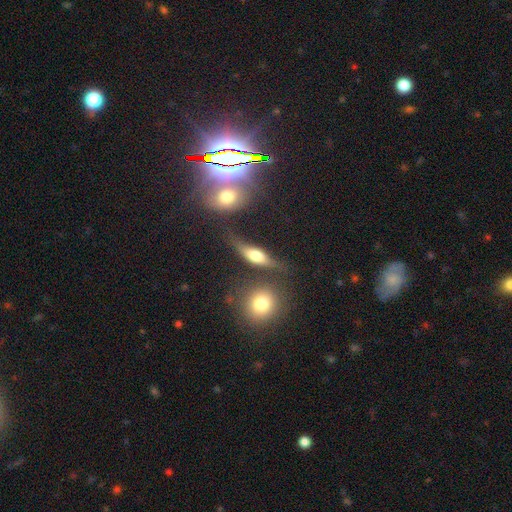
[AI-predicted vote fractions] A featured or disk galaxy (46%). Merging: none (57%).